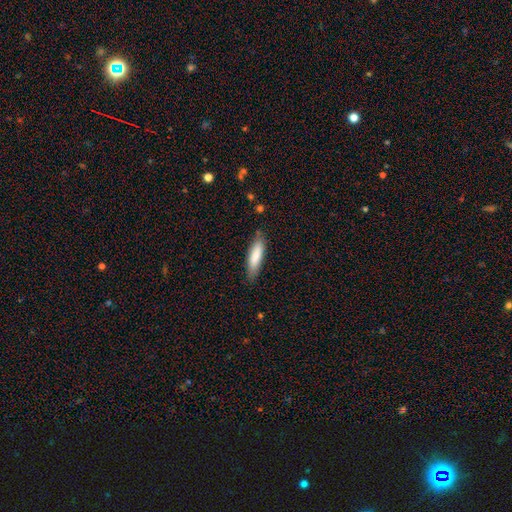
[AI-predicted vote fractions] smooth_or_featured: smooth (p=0.82) [alt: featured or disk p=0.13]
how_rounded: cigar-shaped (p=0.68) [alt: in between p=0.31]
merging: none (p=0.81) [alt: minor disturbance p=0.15]